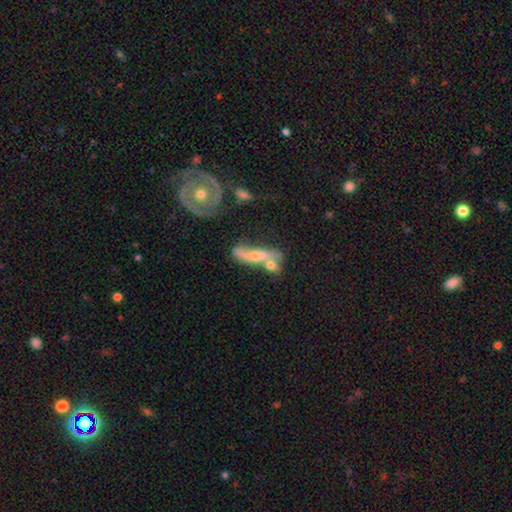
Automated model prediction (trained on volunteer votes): Q: Smooth or featured?
A: featured or disk (58%); runner-up: smooth (32%)
Q: Edge-on disk?
A: no (74%); runner-up: yes (26%)
Q: Merging?
A: none (36%); runner-up: merger (34%)